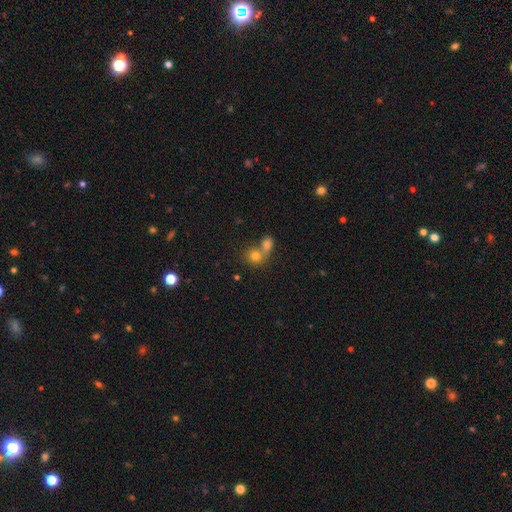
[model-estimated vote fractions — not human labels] Smooth or featured? smooth (78%)
How rounded? round (72%)
Merging? merger (57%)